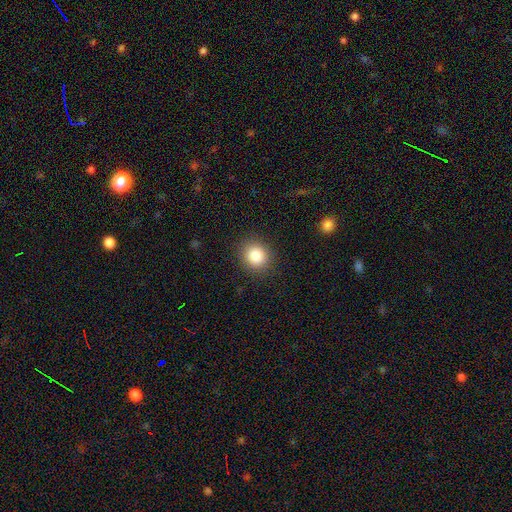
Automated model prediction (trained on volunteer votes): smooth-or-featured: smooth: 85% | star or artifact: 10% | featured or disk: 5%
  how-rounded: round: 86% | in between: 13% | cigar-shaped: 1%
  merging: none: 89% | minor disturbance: 7% | major disturbance: 3% | merger: 1%